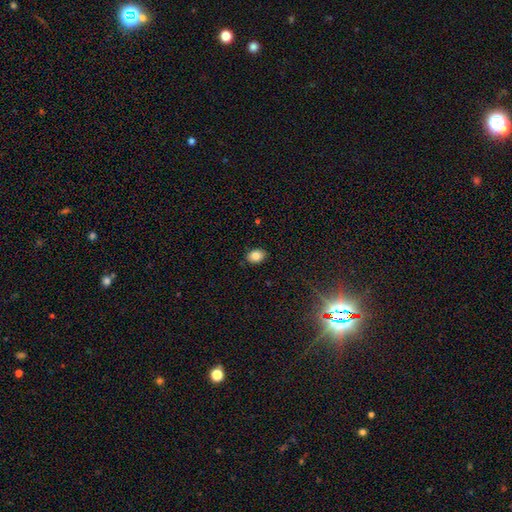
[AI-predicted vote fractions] Overall: smooth (83%). How rounded: in between (76%). Merging: none (88%).